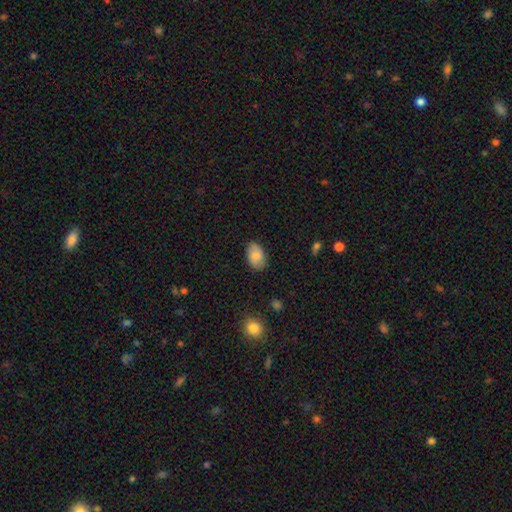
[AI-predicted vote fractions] Overall: smooth (80%). How rounded: in between (89%). Merging: none (79%).